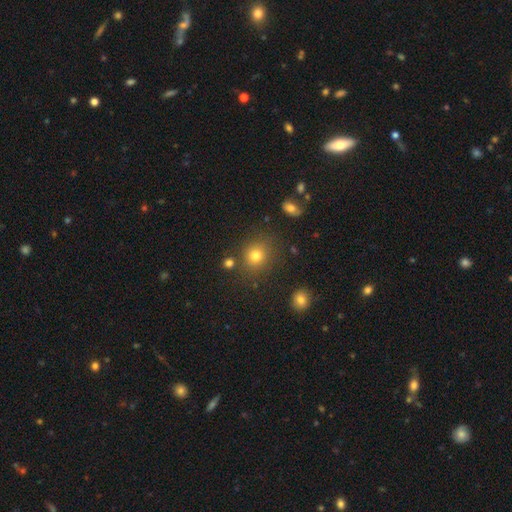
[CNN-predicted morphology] Smooth or featured? Predicted: smooth (p=0.77). How rounded? Predicted: round (p=0.81). Merging? Predicted: none (p=0.81).